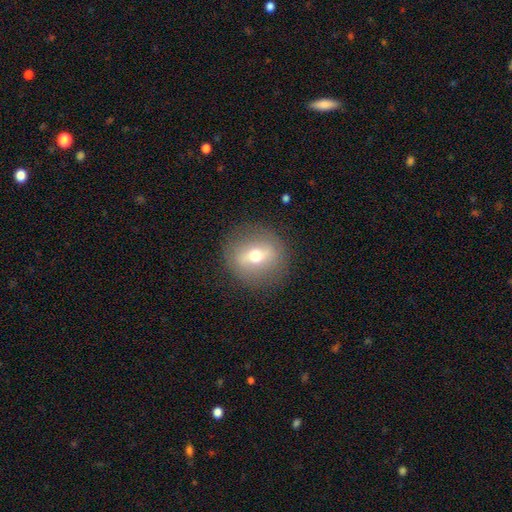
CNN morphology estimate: type=featured or disk (49%); merging=none (85%).